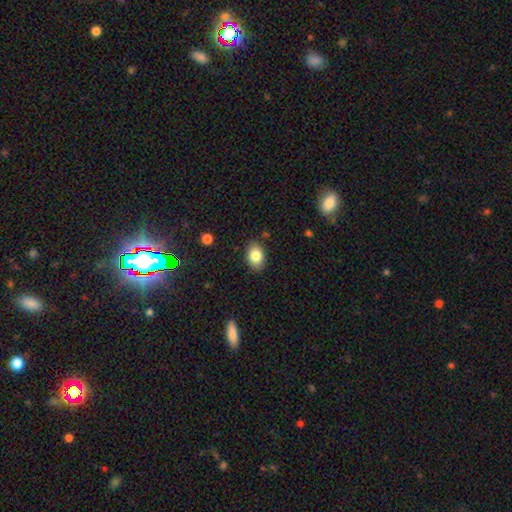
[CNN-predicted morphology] This appears to be a smooth galaxy with no disk features (83%) that is in between round and cigar-shaped (80%). Merging: none (86%).